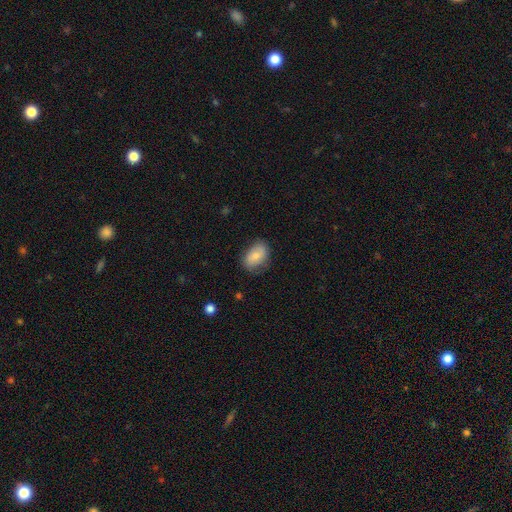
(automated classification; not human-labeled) Smooth or featured? Predicted: smooth (p=0.77). How rounded? Predicted: in between (p=0.85). Merging? Predicted: none (p=0.71).